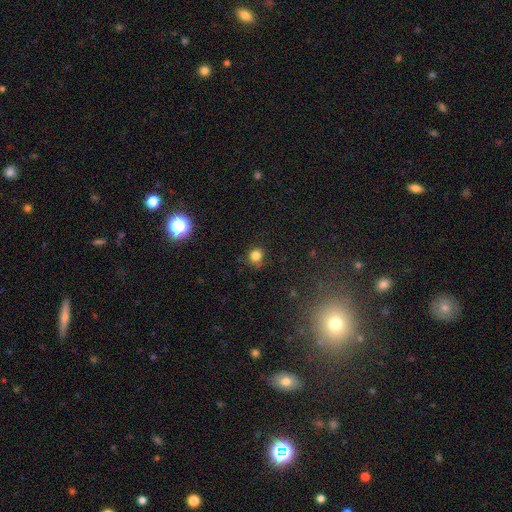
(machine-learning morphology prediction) type=smooth (81%); roundness=round (87%); merging=none (78%).